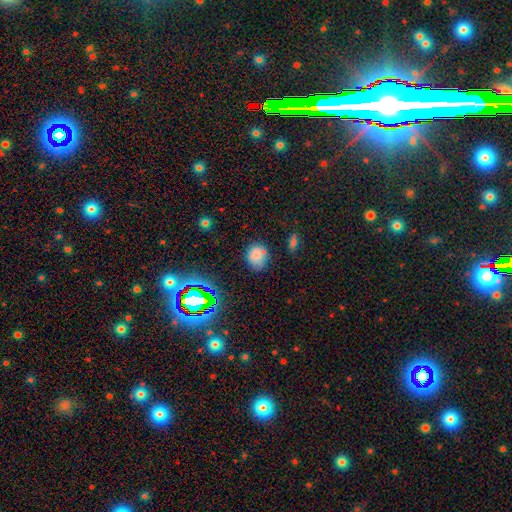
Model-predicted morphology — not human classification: Overall: smooth (75%). How rounded: in between (52%; round 47%). Merging: none (68%).